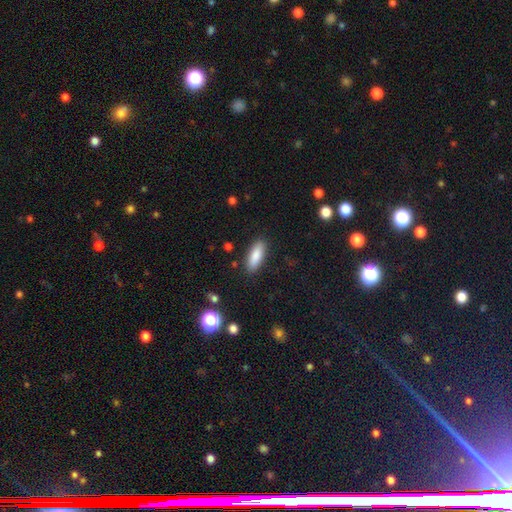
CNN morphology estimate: Smooth or featured: smooth — 86% (featured or disk — 8%)
How rounded: in between — 65% (cigar-shaped — 33%)
Merging: none — 88% (minor disturbance — 8%)